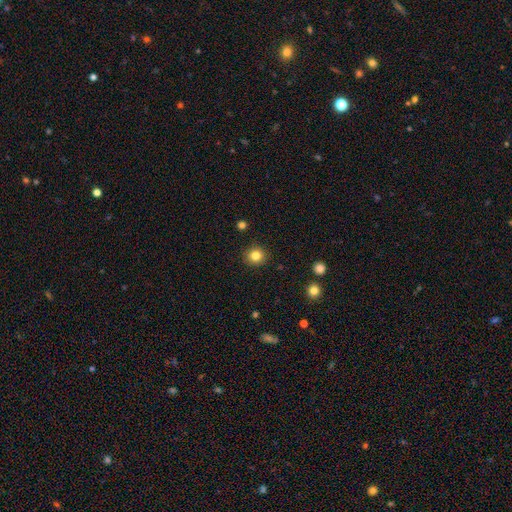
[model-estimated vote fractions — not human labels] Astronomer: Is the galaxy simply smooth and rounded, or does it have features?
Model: smooth — 83%.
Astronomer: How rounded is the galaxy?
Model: round — 88%.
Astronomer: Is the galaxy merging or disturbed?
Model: none — 91%.